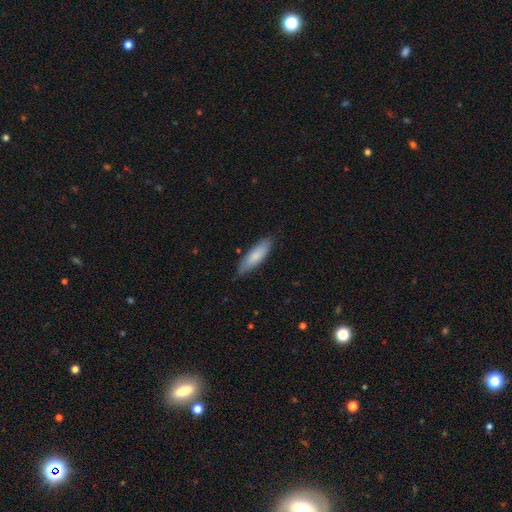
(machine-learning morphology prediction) smooth 80%, featured or disk 15%, star or artifact 5%. Down the decision tree: how rounded — cigar-shaped (54%); merging — none (81%).